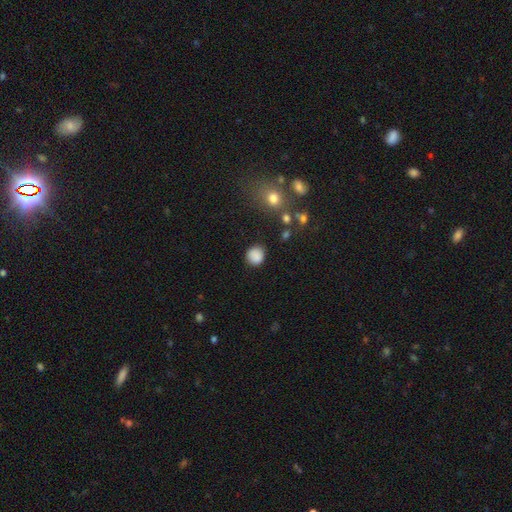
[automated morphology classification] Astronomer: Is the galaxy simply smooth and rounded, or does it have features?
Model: smooth — 86%.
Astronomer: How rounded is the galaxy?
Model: round — 88%.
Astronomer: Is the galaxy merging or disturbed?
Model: none — 84%.